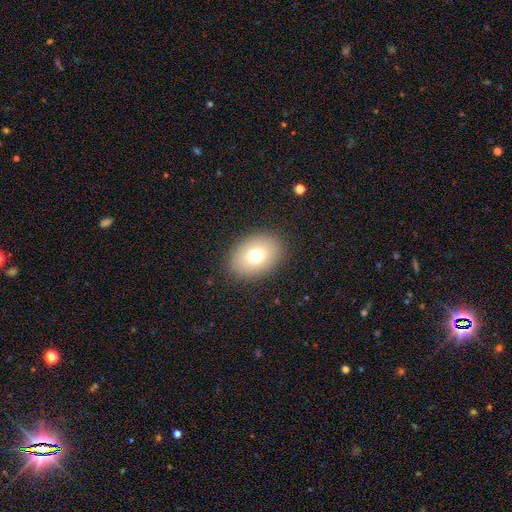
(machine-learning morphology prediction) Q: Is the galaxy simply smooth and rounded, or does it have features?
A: smooth — 73%.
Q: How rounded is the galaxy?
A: in between — 72%.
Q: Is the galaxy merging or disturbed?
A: none — 88%.